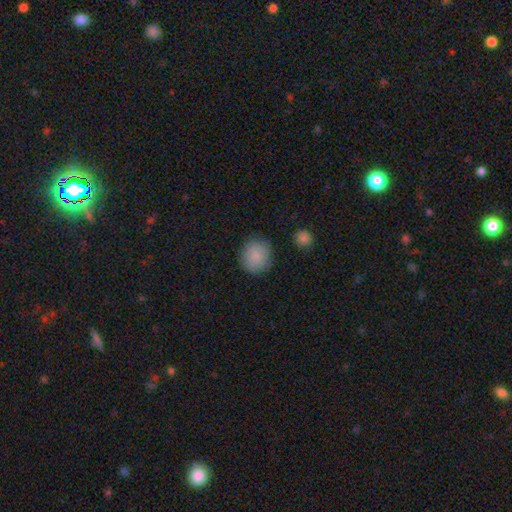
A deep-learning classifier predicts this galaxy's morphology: This is clearly a smooth galaxy (87%). How rounded: clearly round (81%). Merging: clearly none (85%).